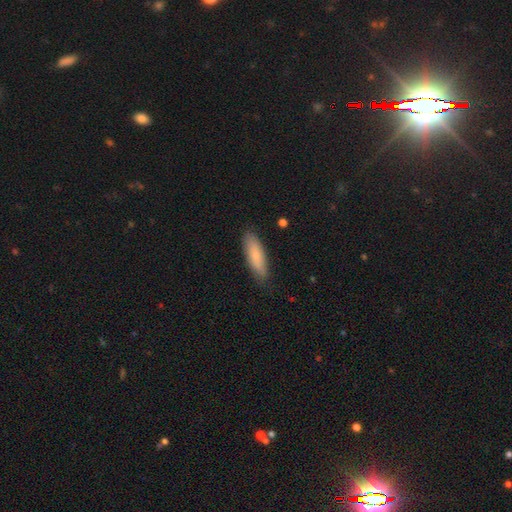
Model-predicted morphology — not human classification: The model was most divided on "how rounded": cigar-shaped: 51%, in between: 47%, round: 2%. More confident: merging — none (83%); smooth or featured — smooth (78%).